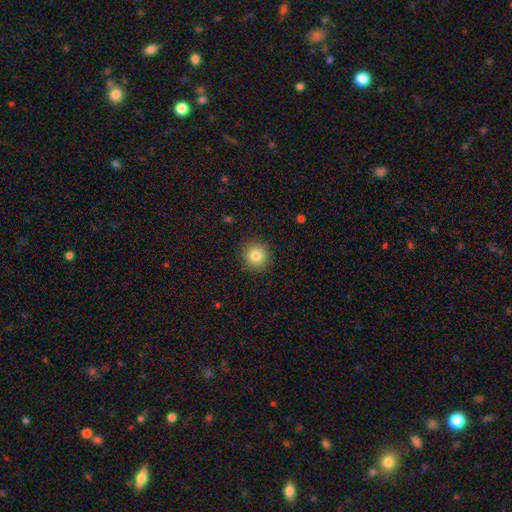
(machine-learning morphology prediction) smooth-or-featured: smooth: 82% | star or artifact: 11% | featured or disk: 7%
  how-rounded: round: 93% | in between: 6% | cigar-shaped: 1%
  merging: none: 91% | minor disturbance: 6% | major disturbance: 2% | merger: 1%